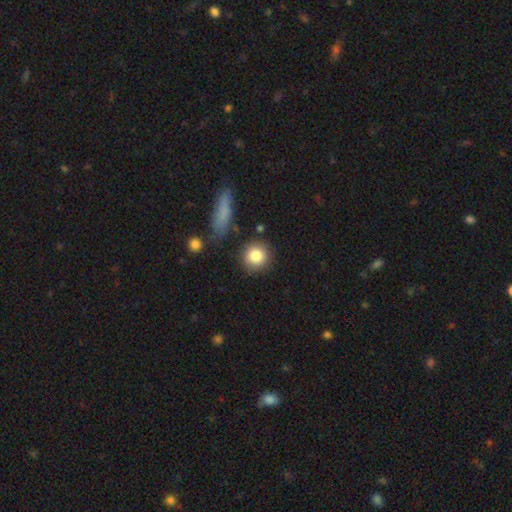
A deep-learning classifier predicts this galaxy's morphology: Smooth or featured: smooth — 85% (star or artifact — 9%)
How rounded: round — 90% (in between — 8%)
Merging: none — 83% (minor disturbance — 9%)